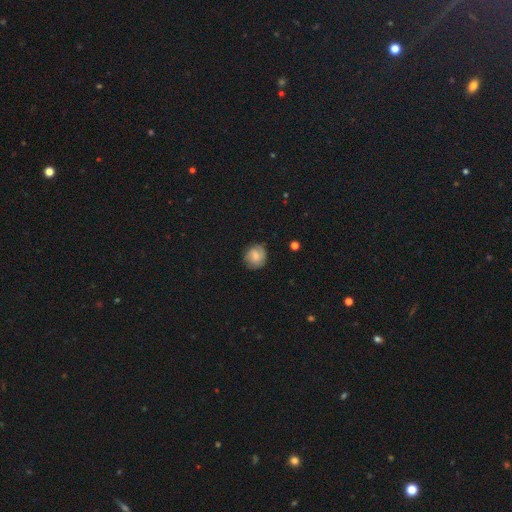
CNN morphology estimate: A smooth galaxy with no disk features (60%) that is round (82%).

Vote fractions:
- Smooth or featured? smooth: 60% / featured or disk: 31% / star or artifact: 9%
- How rounded? round: 82% / in between: 17% / cigar-shaped: 1%
- Merging? none: 78% / minor disturbance: 17% / major disturbance: 4% / merger: 1%